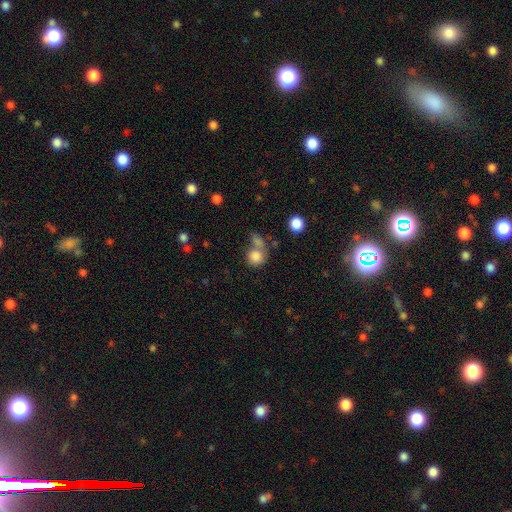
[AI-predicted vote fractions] smooth_or_featured: smooth (p=0.82) [alt: star or artifact p=0.10]
how_rounded: round (p=0.80) [alt: in between p=0.19]
merging: none (p=0.43) [alt: merger p=0.38]